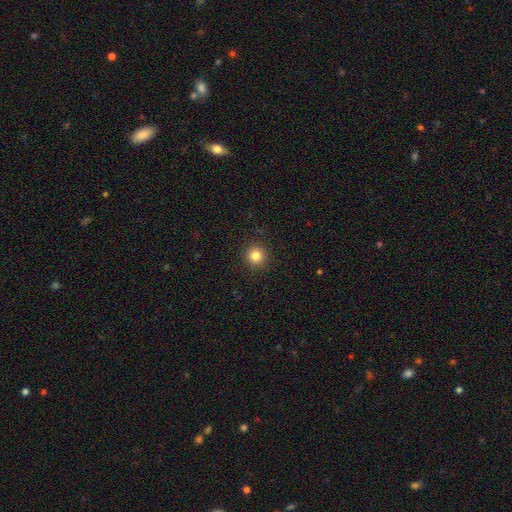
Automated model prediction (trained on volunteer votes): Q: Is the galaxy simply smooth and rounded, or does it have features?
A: smooth — 83%.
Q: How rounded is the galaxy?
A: round — 95%.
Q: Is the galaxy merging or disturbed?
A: none — 92%.